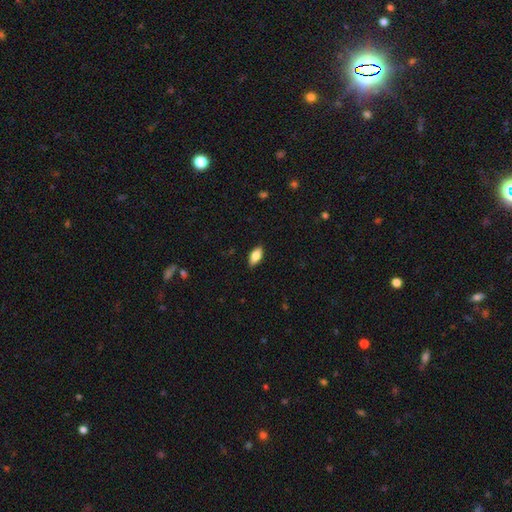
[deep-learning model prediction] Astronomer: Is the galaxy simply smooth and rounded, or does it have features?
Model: smooth — 80%.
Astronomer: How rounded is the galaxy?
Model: in between — 87%.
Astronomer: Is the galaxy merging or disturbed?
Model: none — 88%.